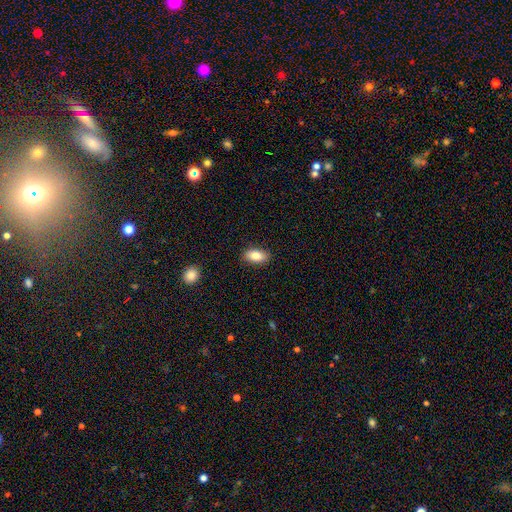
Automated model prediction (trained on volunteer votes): This appears to be a smooth galaxy with no disk features (84%) that is in between round and cigar-shaped (91%). Merging: none (88%).